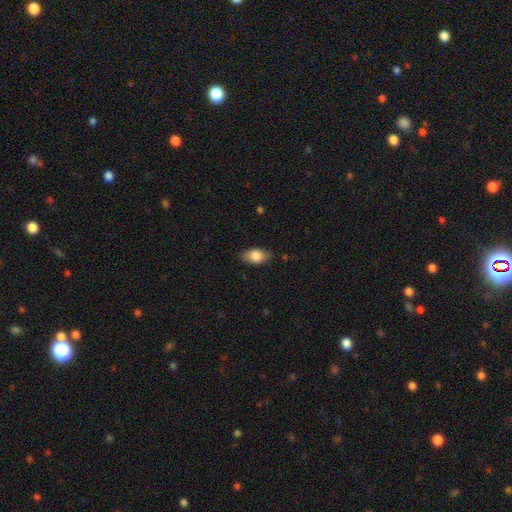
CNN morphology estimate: A smooth galaxy with no disk features (83%) that is in between round and cigar-shaped (92%).

Vote fractions:
- Smooth or featured? smooth: 83% / featured or disk: 11% / star or artifact: 7%
- How rounded? in between: 92% / round: 5% / cigar-shaped: 3%
- Merging? none: 82% / minor disturbance: 14% / major disturbance: 3% / merger: 1%